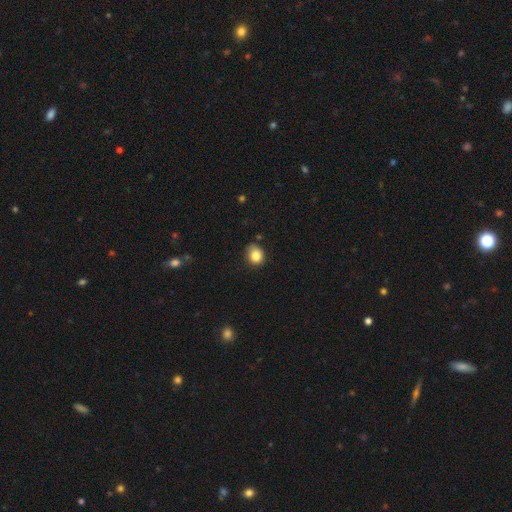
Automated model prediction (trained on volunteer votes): Smooth or featured? Predicted: smooth (p=0.83). How rounded? Predicted: round (p=0.71). Merging? Predicted: none (p=0.72).